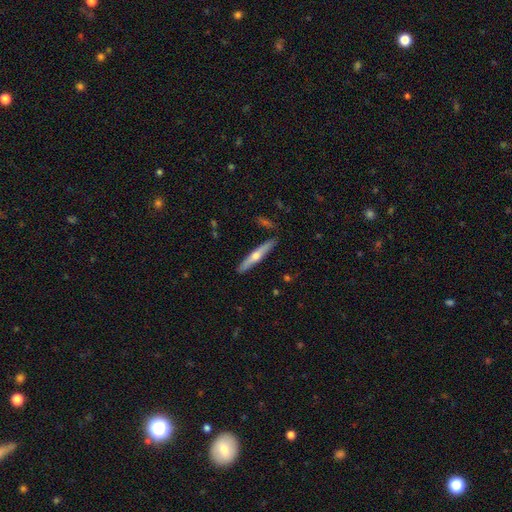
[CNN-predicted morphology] featured or disk 57%, smooth 38%, star or artifact 5%. Down the decision tree: edge-on disk — yes (95%); edge-on bulge — rounded (89%); merging — none (90%).